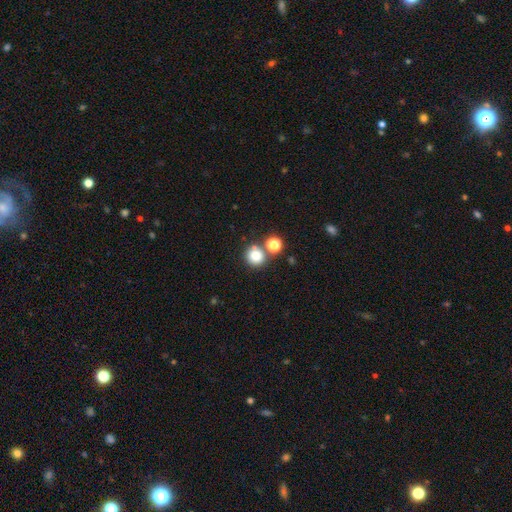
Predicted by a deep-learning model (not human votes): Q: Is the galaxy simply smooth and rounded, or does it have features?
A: smooth — 80%.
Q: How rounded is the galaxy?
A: round — 91%.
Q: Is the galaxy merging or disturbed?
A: none — 67%.